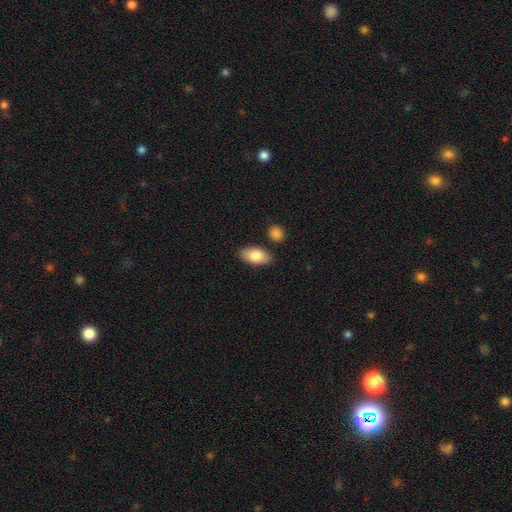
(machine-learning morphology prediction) A smooth galaxy with no disk features (82%) that is in between round and cigar-shaped (93%).

Vote fractions:
- Smooth or featured? smooth: 82% / featured or disk: 12% / star or artifact: 6%
- How rounded? in between: 93% / round: 3% / cigar-shaped: 3%
- Merging? none: 82% / minor disturbance: 11% / merger: 4% / major disturbance: 2%